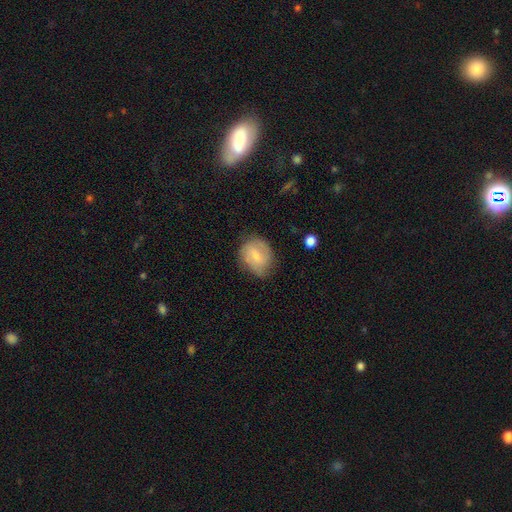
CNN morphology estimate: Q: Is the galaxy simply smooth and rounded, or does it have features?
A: smooth — 64%.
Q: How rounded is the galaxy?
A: round — 56%.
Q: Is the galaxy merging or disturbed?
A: none — 60%.